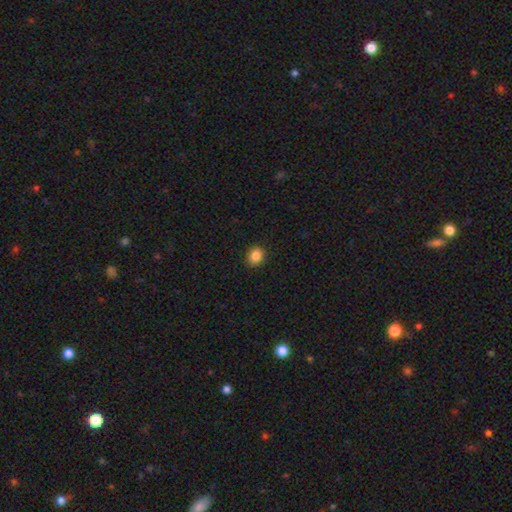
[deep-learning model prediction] This appears to be a smooth galaxy with no disk features (86%) that is round (59%). Merging: none (90%).